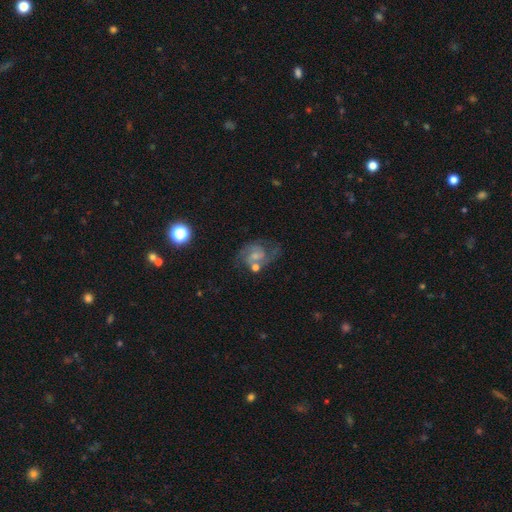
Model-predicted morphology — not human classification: featured or disk 72%, smooth 17%, star or artifact 10%. Down the decision tree: edge-on disk — no (98%); bar — no (55%); spiral arms — yes (90%); spiral arm count — 2 (80%); spiral winding — medium (53%); bulge size — small (51%); merging — none (49%).